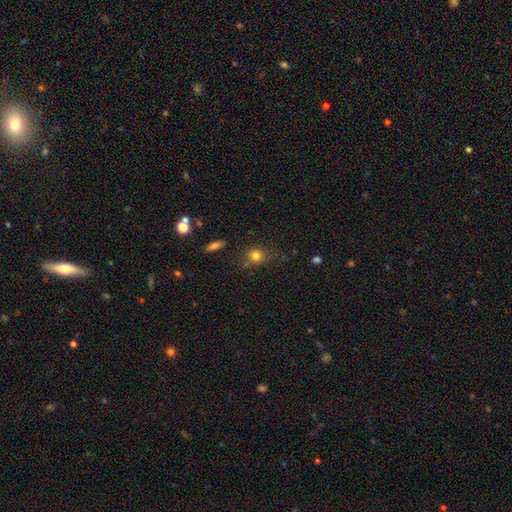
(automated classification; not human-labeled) Smooth or featured? smooth (79%)
How rounded? round (80%)
Merging? none (71%)